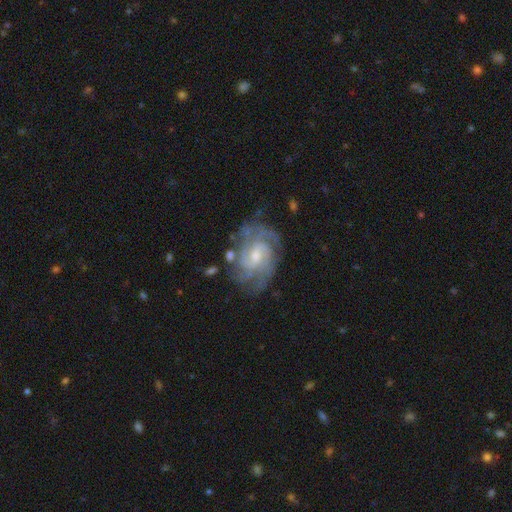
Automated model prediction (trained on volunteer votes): Smooth or featured? Predicted: featured or disk (p=0.88). Edge-on disk? Predicted: no (p=0.97). Bar? Predicted: weak (p=0.46). Spiral arms? Predicted: yes (p=0.97). Spiral winding? Predicted: tight (p=0.59). Spiral arm count? Predicted: 3 (p=0.29). Bulge size? Predicted: moderate (p=0.47). Merging? Predicted: none (p=0.73).